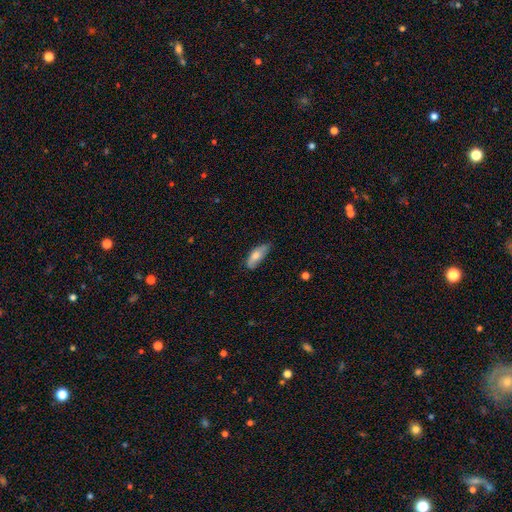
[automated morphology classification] A smooth galaxy with no disk features (69%) that is in between round and cigar-shaped (71%). Merging: none (59%).